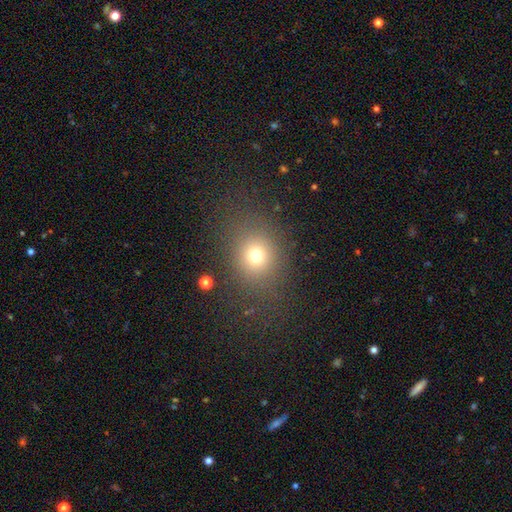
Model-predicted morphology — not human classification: This is likely a smooth galaxy (73%). How rounded: likely round (64%). Merging: likely none (79%).